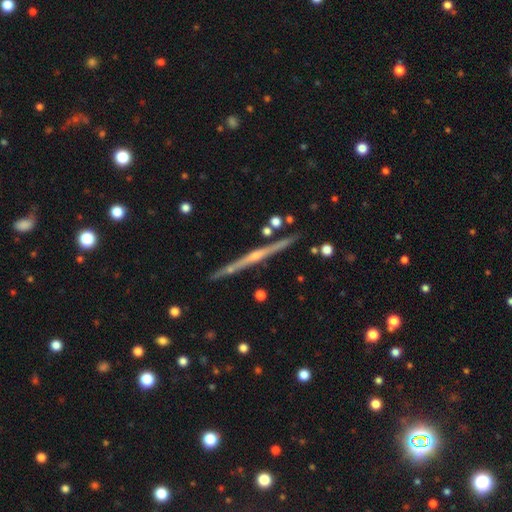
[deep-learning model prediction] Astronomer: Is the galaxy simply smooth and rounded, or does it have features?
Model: featured or disk — 79%.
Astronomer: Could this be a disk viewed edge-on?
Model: yes — 98%.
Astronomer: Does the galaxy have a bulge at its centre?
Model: rounded — 69%.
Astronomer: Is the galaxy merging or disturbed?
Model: none — 88%.